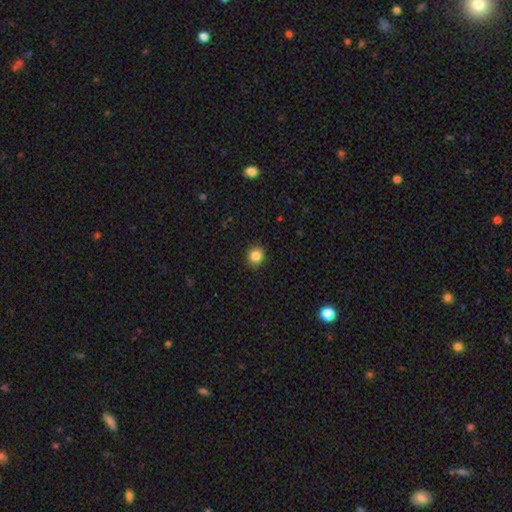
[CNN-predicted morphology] smooth-or-featured: smooth: 85% | star or artifact: 11% | featured or disk: 5%
  how-rounded: round: 81% | in between: 18% | cigar-shaped: 1%
  merging: none: 90% | minor disturbance: 7% | major disturbance: 2% | merger: 1%